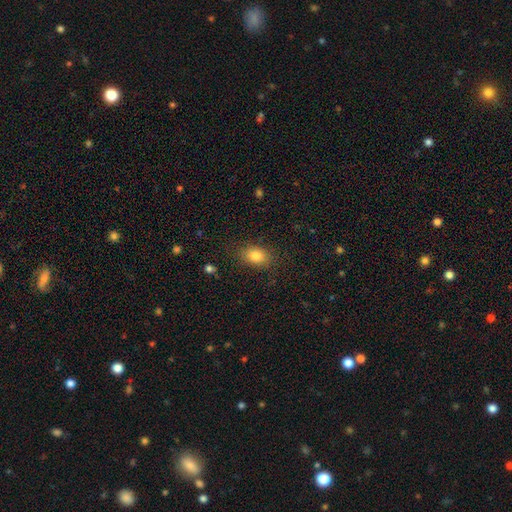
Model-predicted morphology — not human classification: A smooth galaxy with no disk features (83%) that is in between round and cigar-shaped (78%).

Vote fractions:
- Smooth or featured? smooth: 83% / star or artifact: 10% / featured or disk: 7%
- How rounded? in between: 78% / round: 21% / cigar-shaped: 1%
- Merging? none: 83% / minor disturbance: 12% / major disturbance: 4% / merger: 1%